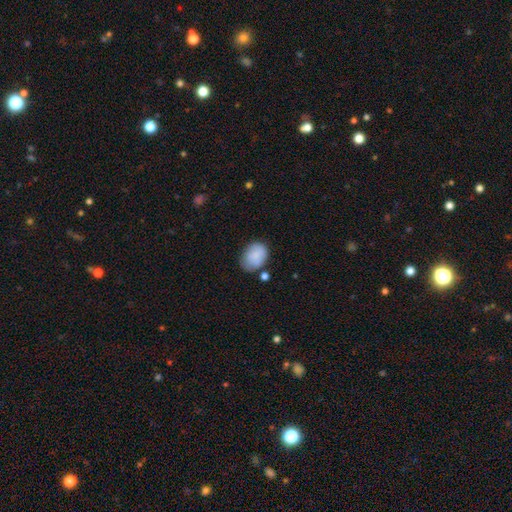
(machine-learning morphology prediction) This is clearly a smooth galaxy (85%). How rounded: likely in between (71%). Merging: likely none (63%).